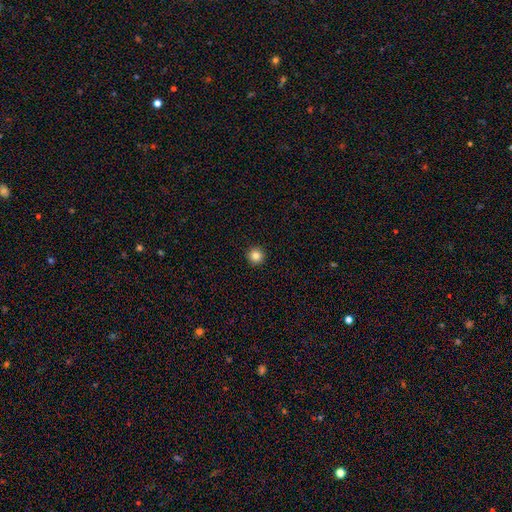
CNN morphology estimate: This is clearly a smooth galaxy (84%). How rounded: clearly round (96%). Merging: clearly none (94%).